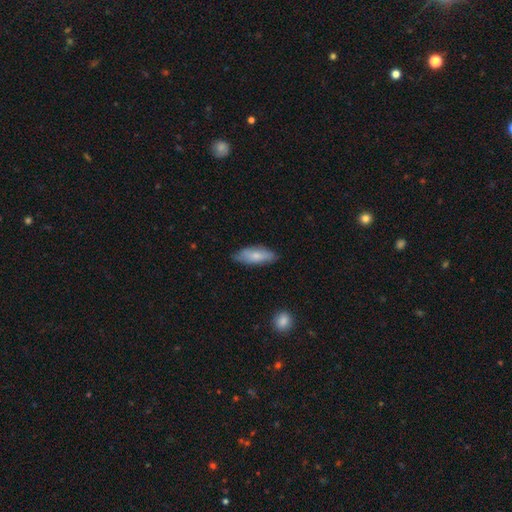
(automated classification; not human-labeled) smooth 73%, featured or disk 21%, star or artifact 6%. Down the decision tree: how rounded — in between (71%); merging — none (76%).